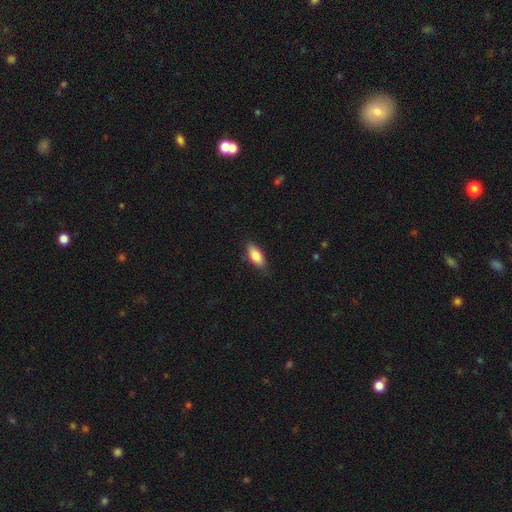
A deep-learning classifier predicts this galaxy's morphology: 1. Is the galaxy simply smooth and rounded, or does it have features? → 83% smooth, 11% featured or disk, 6% star or artifact.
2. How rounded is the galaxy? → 80% in between, 17% cigar-shaped, 3% round.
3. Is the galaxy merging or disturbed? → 81% none, 16% minor disturbance, 3% major disturbance, 1% merger.